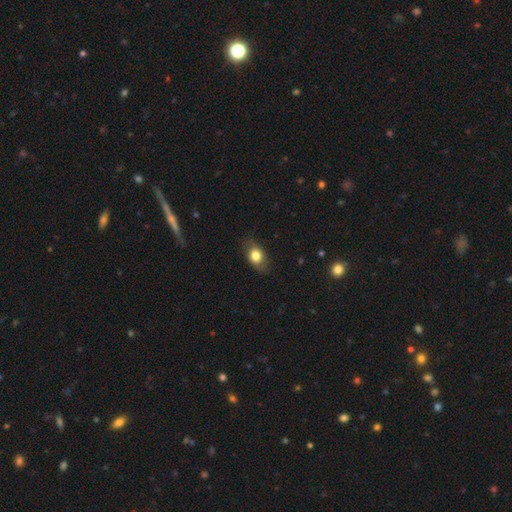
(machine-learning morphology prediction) smooth 77%, featured or disk 16%, star or artifact 8%. Down the decision tree: how rounded — in between (77%); merging — none (79%).